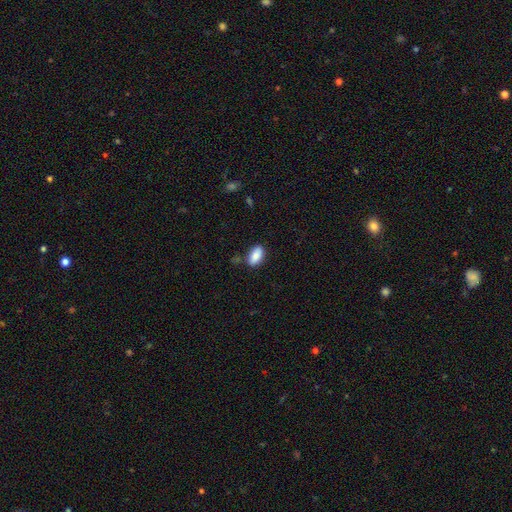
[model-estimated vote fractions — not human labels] smooth 86%, star or artifact 7%, featured or disk 7%. Down the decision tree: how rounded — in between (93%); merging — none (79%).